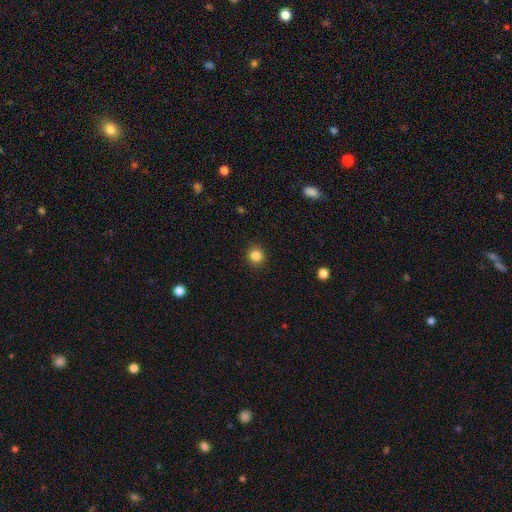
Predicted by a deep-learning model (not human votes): Smooth or featured?
  - smooth: 84% *
  - star or artifact: 12%
  - featured or disk: 4%
How rounded?
  - round: 92% *
  - in between: 7%
  - cigar-shaped: 1%
Merging?
  - none: 92% *
  - minor disturbance: 5%
  - major disturbance: 2%
  - merger: 1%